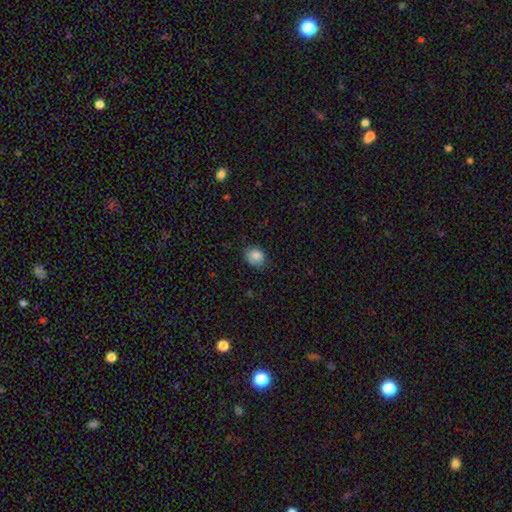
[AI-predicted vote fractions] Smooth or featured: smooth — 83% (star or artifact — 9%)
How rounded: round — 53% (in between — 46%)
Merging: none — 71% (minor disturbance — 23%)